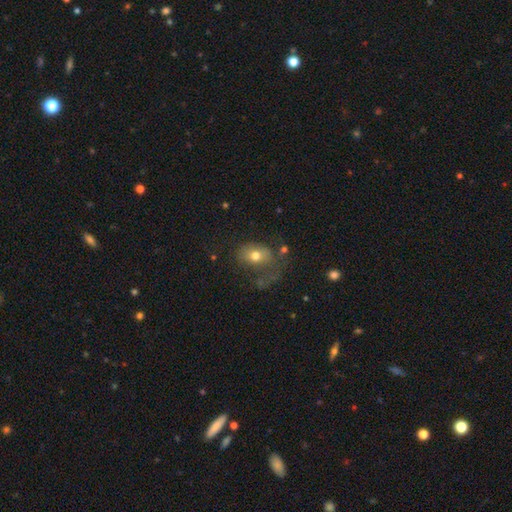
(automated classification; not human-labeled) Smooth or featured?
  - smooth: 68% *
  - featured or disk: 22%
  - star or artifact: 10%
How rounded?
  - in between: 70% *
  - round: 28%
  - cigar-shaped: 2%
Merging?
  - major disturbance: 39% *
  - none: 32%
  - minor disturbance: 23%
  - merger: 6%